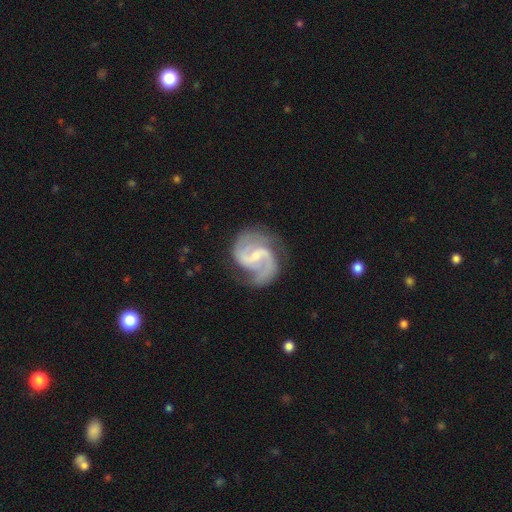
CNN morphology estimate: smooth_or_featured: featured or disk (p=0.91) [alt: star or artifact p=0.04]
disk_edge_on: no (p=0.98) [alt: yes p=0.02]
bar: weak (p=0.55) [alt: no p=0.23]
has_spiral_arms: yes (p=0.98) [alt: no p=0.02]
spiral_winding: medium (p=0.60) [alt: loose p=0.21]
spiral_arm_count: 2 (p=0.88) [alt: 3 p=0.04]
bulge_size: small (p=0.66) [alt: moderate p=0.26]
merging: none (p=0.73) [alt: minor disturbance p=0.18]